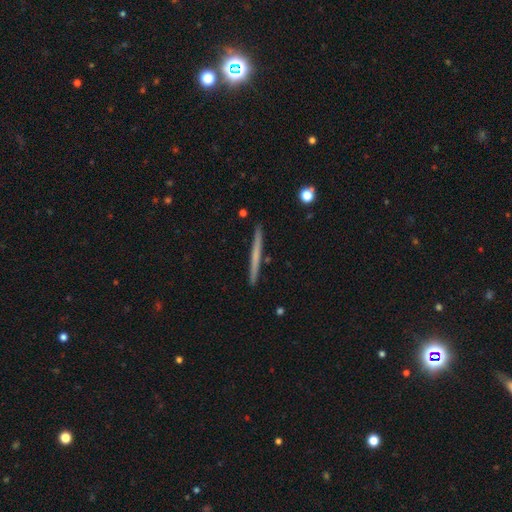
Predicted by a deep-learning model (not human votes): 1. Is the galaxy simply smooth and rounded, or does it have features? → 51% smooth, 44% featured or disk, 6% star or artifact.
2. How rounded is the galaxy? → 97% cigar-shaped, 2% in between, 1% round.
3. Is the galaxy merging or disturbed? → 92% none, 5% minor disturbance, 1% merger, 1% major disturbance.